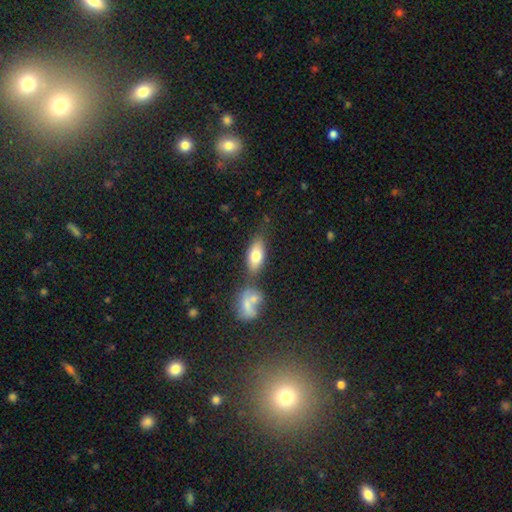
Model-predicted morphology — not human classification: Smooth or featured? Predicted: smooth (p=0.73). How rounded? Predicted: in between (p=0.85). Merging? Predicted: none (p=0.67).